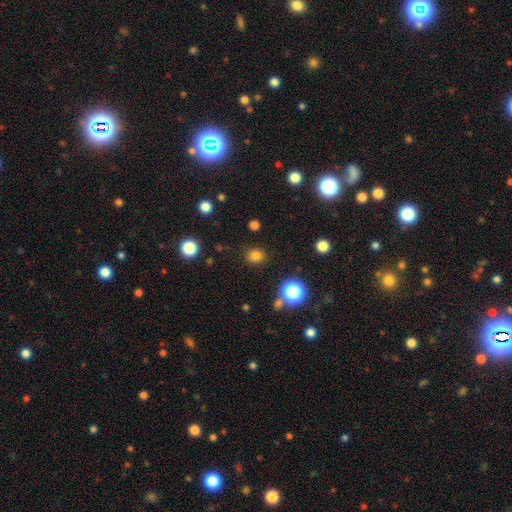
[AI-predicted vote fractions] Overall: smooth (79%). How rounded: round (70%). Merging: none (87%).